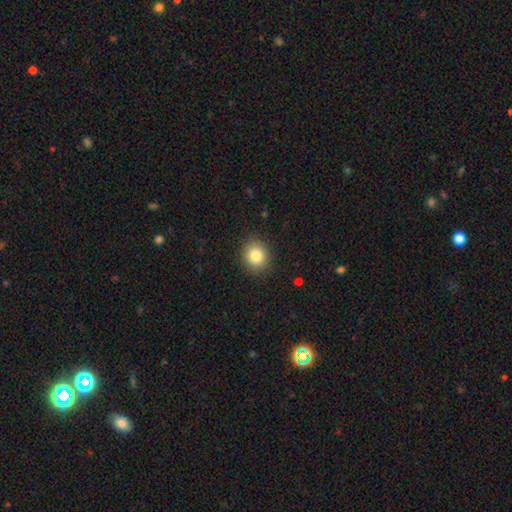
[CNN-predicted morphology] smooth_or_featured: smooth (p=0.83) [alt: star or artifact p=0.10]
how_rounded: round (p=0.75) [alt: in between p=0.24]
merging: none (p=0.88) [alt: minor disturbance p=0.08]